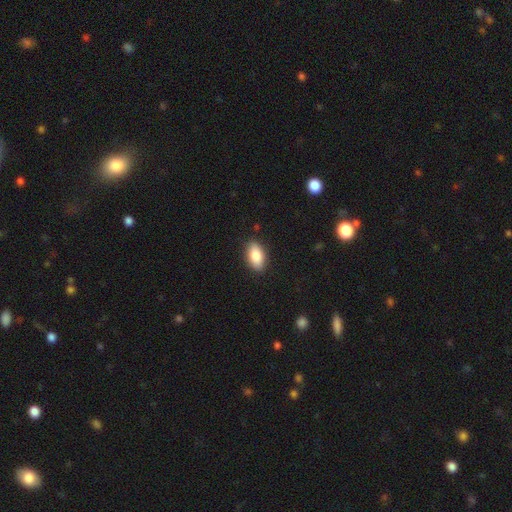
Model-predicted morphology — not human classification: Q: Smooth or featured?
A: smooth (85%); runner-up: featured or disk (9%)
Q: How rounded?
A: in between (92%); runner-up: cigar-shaped (4%)
Q: Merging?
A: none (88%); runner-up: minor disturbance (9%)